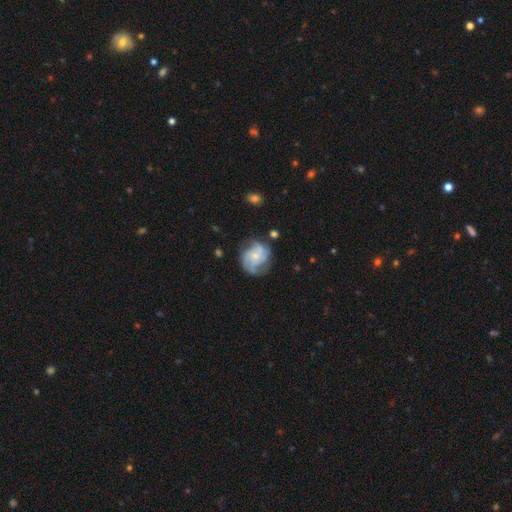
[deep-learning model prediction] Smooth or featured? featured or disk (78%)
Edge-on disk? no (98%)
Bar? no (73%)
Spiral arms? yes (94%)
Spiral winding? medium (42%, tied with tight)
Spiral arm count? 3 (37%)
Bulge size? small (67%)
Merging? none (66%)